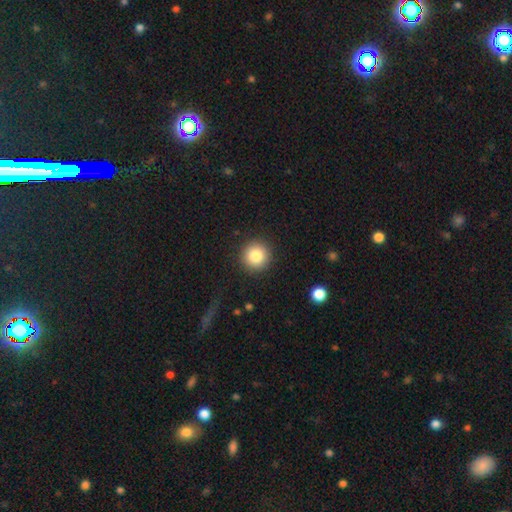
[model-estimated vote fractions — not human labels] Q: Smooth or featured?
A: smooth (84%); runner-up: star or artifact (9%)
Q: How rounded?
A: round (95%); runner-up: in between (4%)
Q: Merging?
A: none (91%); runner-up: minor disturbance (6%)